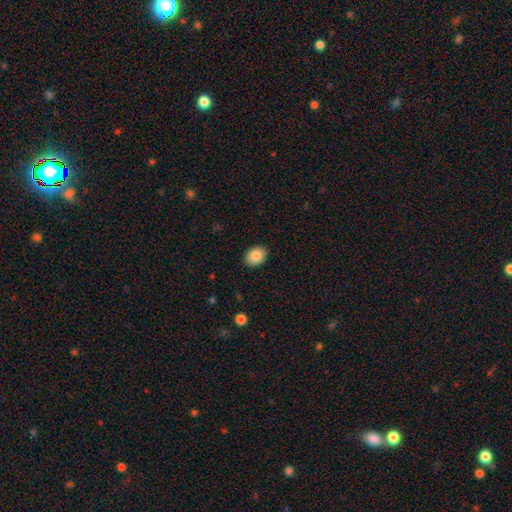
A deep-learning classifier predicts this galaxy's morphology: smooth-or-featured: smooth: 86% | star or artifact: 8% | featured or disk: 6%
  how-rounded: in between: 62% | round: 37% | cigar-shaped: 1%
  merging: none: 89% | minor disturbance: 8% | major disturbance: 2% | merger: 1%